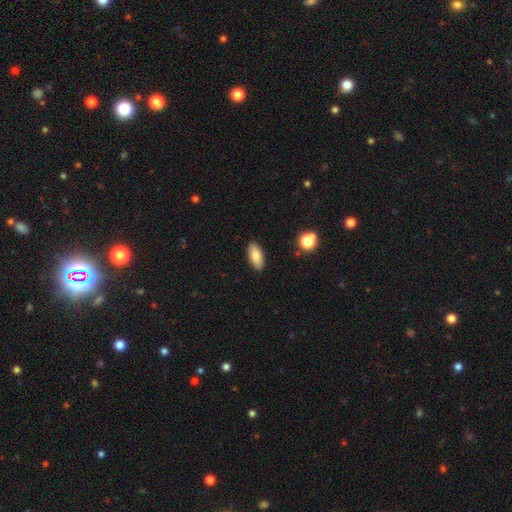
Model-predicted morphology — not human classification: Smooth or featured?
  - smooth: 84% *
  - featured or disk: 9%
  - star or artifact: 7%
How rounded?
  - in between: 87% *
  - cigar-shaped: 10%
  - round: 3%
Merging?
  - none: 88% *
  - minor disturbance: 8%
  - major disturbance: 2%
  - merger: 1%